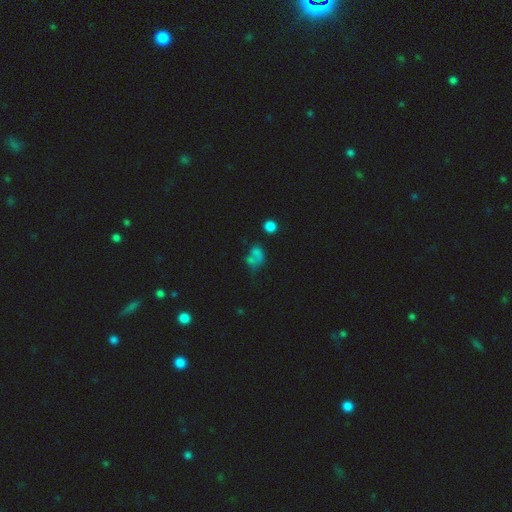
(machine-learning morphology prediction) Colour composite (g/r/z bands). It shows a smooth galaxy with no disk features (58%) that is in between round and cigar-shaped (64%). Merging: none (30%).